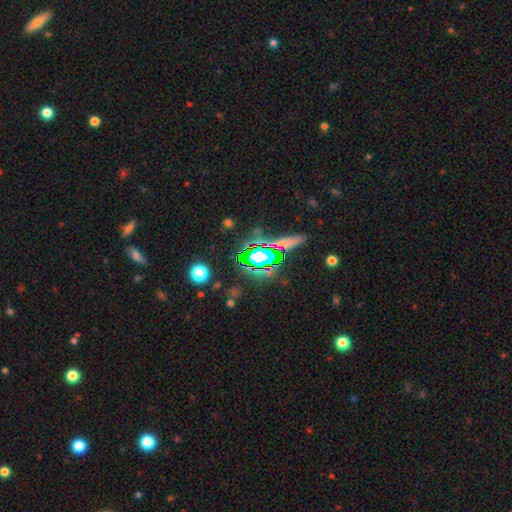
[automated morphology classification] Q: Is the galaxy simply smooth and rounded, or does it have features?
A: star or artifact — 61%.